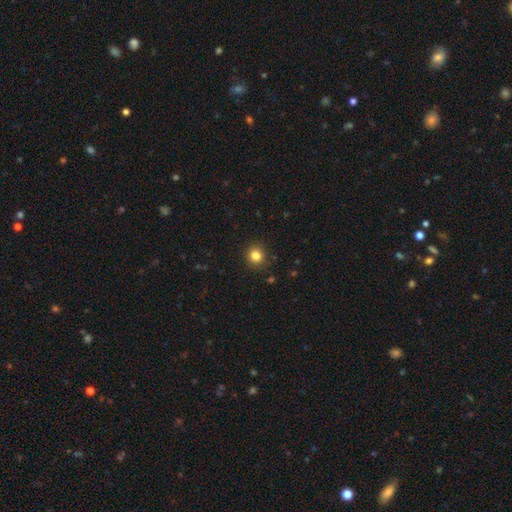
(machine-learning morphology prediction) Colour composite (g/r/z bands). It shows a smooth galaxy with no disk features (83%) that is round (86%). Merging: none (90%).